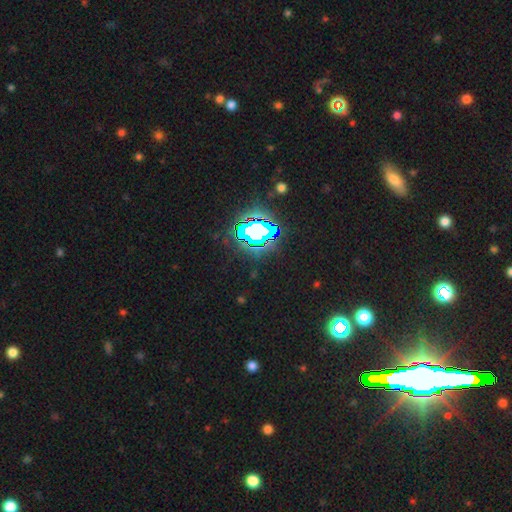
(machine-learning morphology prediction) The model was most divided on "smooth or featured": star or artifact: 82%, smooth: 11%, featured or disk: 7%.